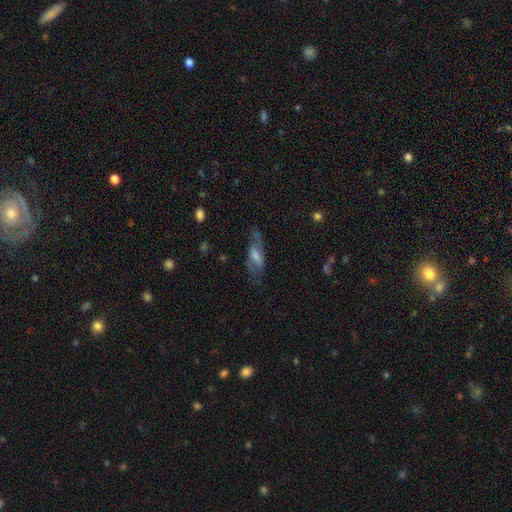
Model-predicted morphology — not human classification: Smooth or featured? featured or disk (63%)
Edge-on disk? no (79%)
Merging? none (66%)